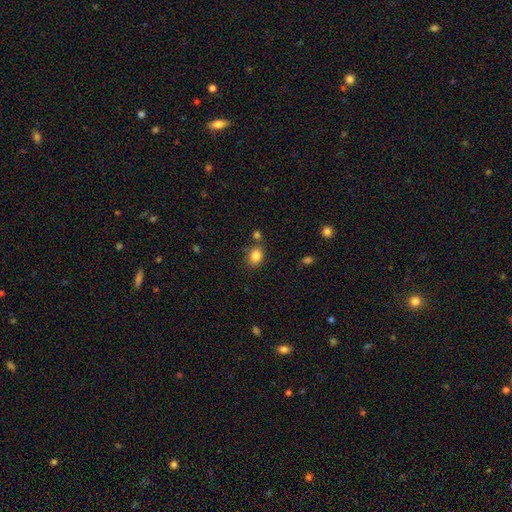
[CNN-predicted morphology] A smooth galaxy with no disk features (84%) that is in between round and cigar-shaped (54%).

Vote fractions:
- Smooth or featured? smooth: 84% / star or artifact: 10% / featured or disk: 6%
- How rounded? in between: 54% / round: 45% / cigar-shaped: 1%
- Merging? none: 73% / minor disturbance: 13% / merger: 10% / major disturbance: 4%